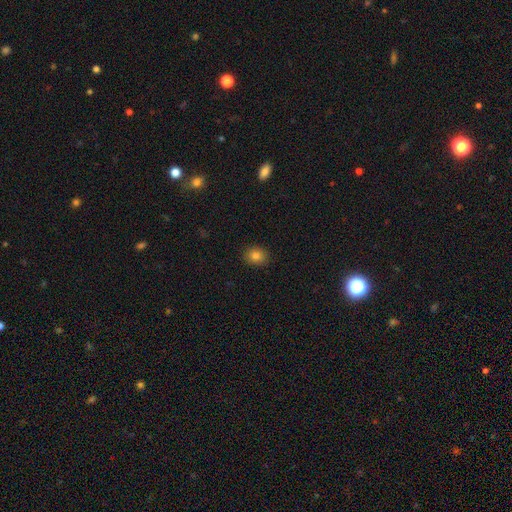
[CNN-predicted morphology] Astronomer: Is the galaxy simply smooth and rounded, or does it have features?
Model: smooth — 82%.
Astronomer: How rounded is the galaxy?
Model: round — 64%.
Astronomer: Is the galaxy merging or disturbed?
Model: none — 90%.